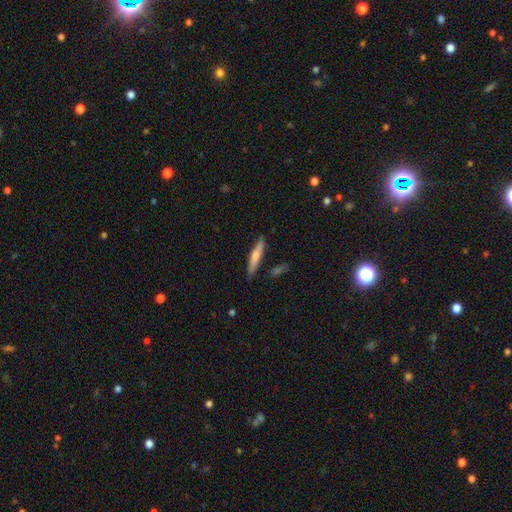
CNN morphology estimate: This appears to be a smooth galaxy with no disk features (65%) that is cigar-shaped (90%). Merging: none (84%).